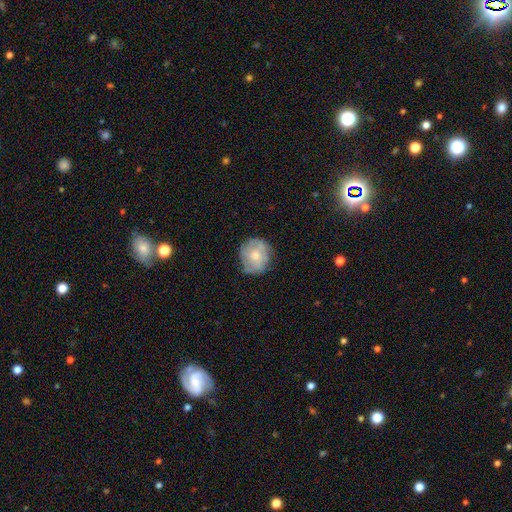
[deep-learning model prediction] Smooth or featured? Predicted: smooth (p=0.48). Merging? Predicted: none (p=0.70).